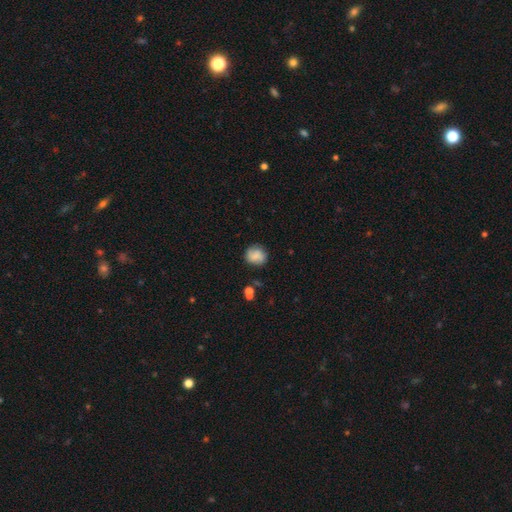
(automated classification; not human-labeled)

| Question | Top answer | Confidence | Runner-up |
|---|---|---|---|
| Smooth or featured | smooth | 71% | featured or disk (20%) |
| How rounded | round | 77% | in between (22%) |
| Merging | none | 77% | minor disturbance (16%) |